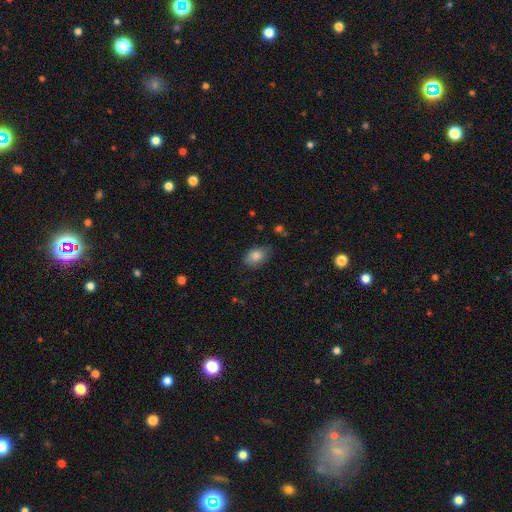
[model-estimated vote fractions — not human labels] The model was most divided on "merging": none: 71%, minor disturbance: 23%, major disturbance: 5%, merger: 2%. More confident: smooth or featured — smooth (84%); how rounded — in between (80%).